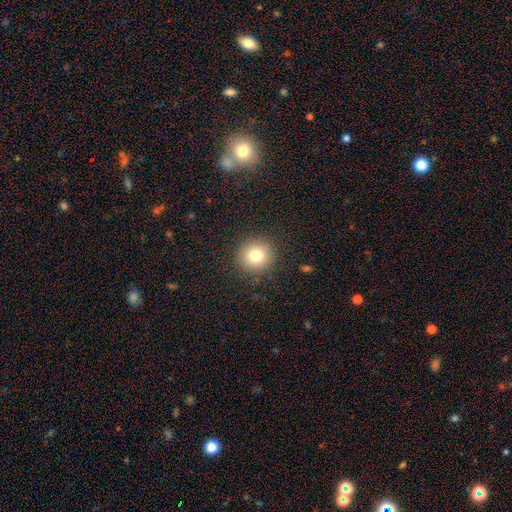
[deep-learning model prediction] Smooth or featured: smooth — 79% (star or artifact — 12%)
How rounded: round — 92% (in between — 7%)
Merging: none — 90% (minor disturbance — 6%)